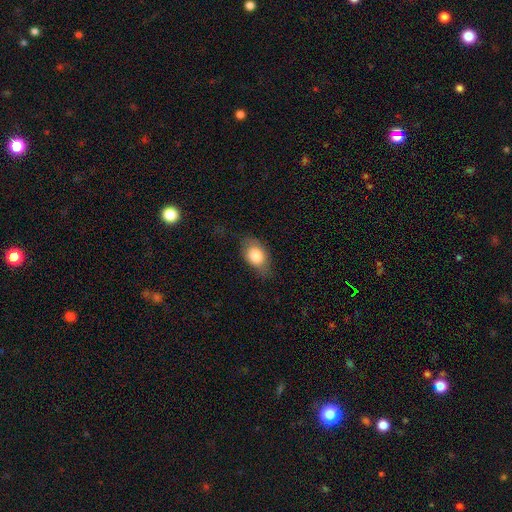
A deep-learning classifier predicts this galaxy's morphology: This appears to be a smooth galaxy with no disk features (80%) that is in between round and cigar-shaped (84%). Merging: none (64%).